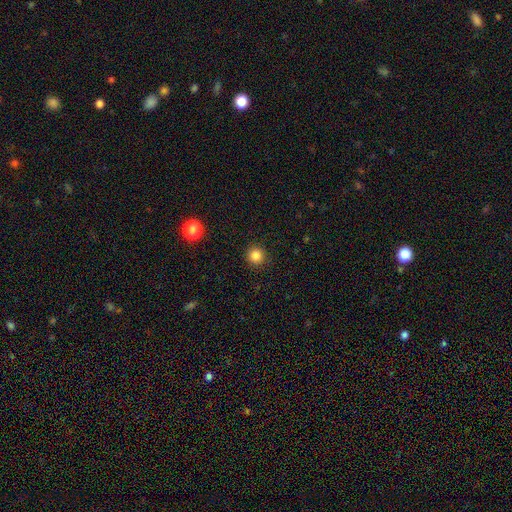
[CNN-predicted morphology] A smooth galaxy with no disk features (84%) that is round (94%). Merging: none (91%).